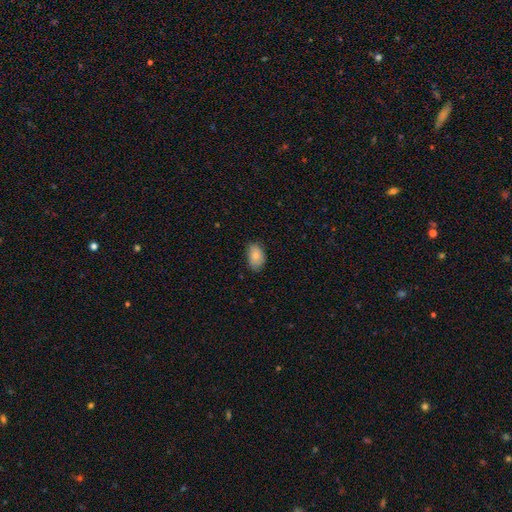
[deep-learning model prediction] Smooth or featured?
  - smooth: 83% *
  - featured or disk: 10%
  - star or artifact: 7%
How rounded?
  - in between: 89% *
  - round: 9%
  - cigar-shaped: 1%
Merging?
  - none: 71% *
  - minor disturbance: 24%
  - major disturbance: 4%
  - merger: 1%